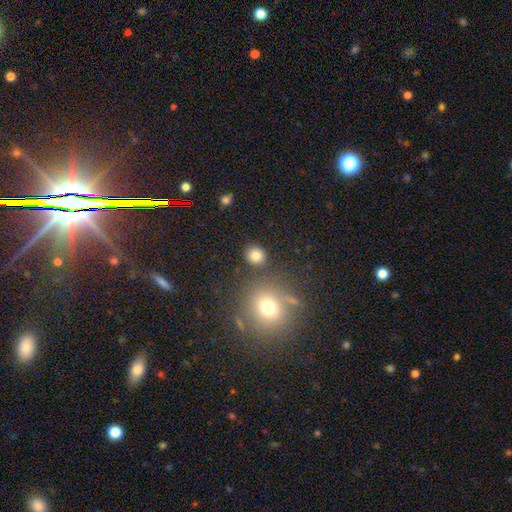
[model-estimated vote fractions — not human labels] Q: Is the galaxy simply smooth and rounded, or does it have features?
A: smooth — 81%.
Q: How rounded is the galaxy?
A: round — 81%.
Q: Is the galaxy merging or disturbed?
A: none — 82%.